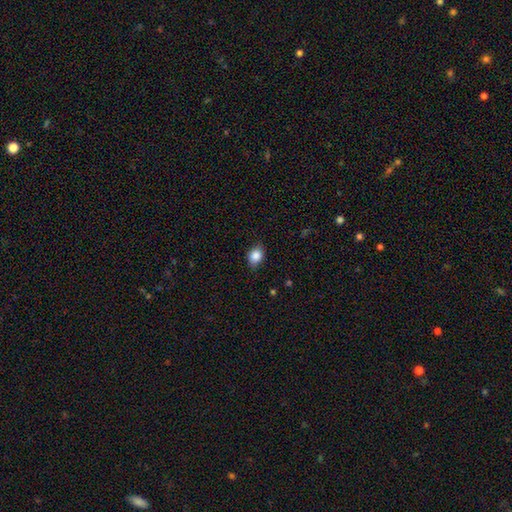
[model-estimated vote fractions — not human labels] smooth_or_featured: smooth (p=0.86) [alt: star or artifact p=0.09]
how_rounded: in between (p=0.56) [alt: round p=0.43]
merging: none (p=0.79) [alt: minor disturbance p=0.17]